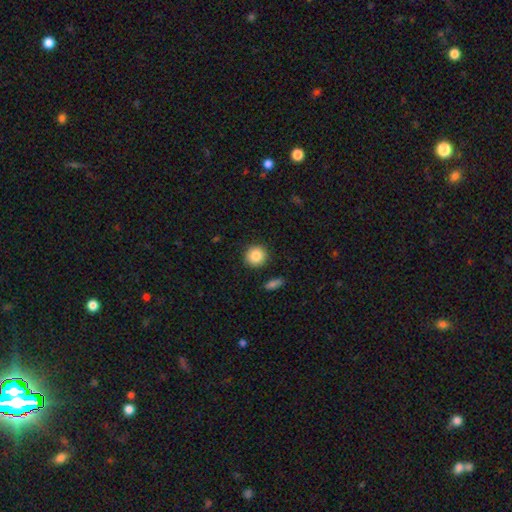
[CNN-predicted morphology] A smooth galaxy with no disk features (87%) that is round (92%).

Vote fractions:
- Smooth or featured? smooth: 87% / star or artifact: 8% / featured or disk: 5%
- How rounded? round: 92% / in between: 7% / cigar-shaped: 1%
- Merging? none: 90% / minor disturbance: 6% / merger: 2% / major disturbance: 2%